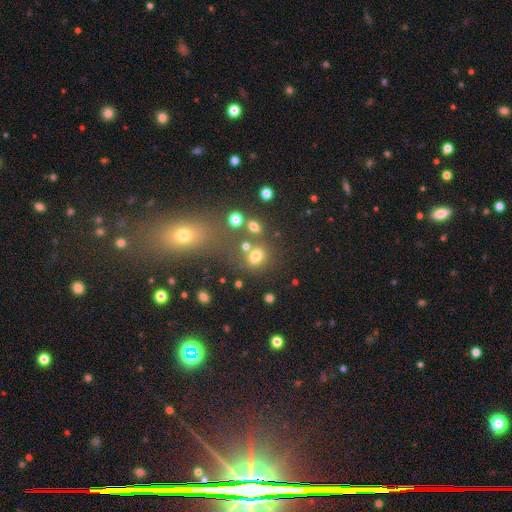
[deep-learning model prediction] Morphology: type=smooth (68%); roundness=in between (49%, tied with round); merging=none (60%).